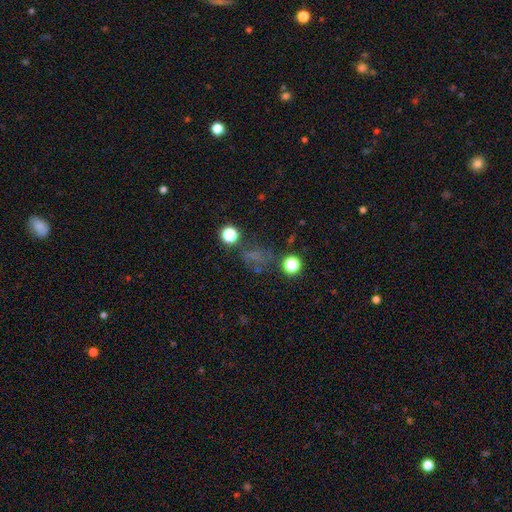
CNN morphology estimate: Overall: smooth (43%; star or artifact 42%). Merging: none (56%; minor disturbance 17%).